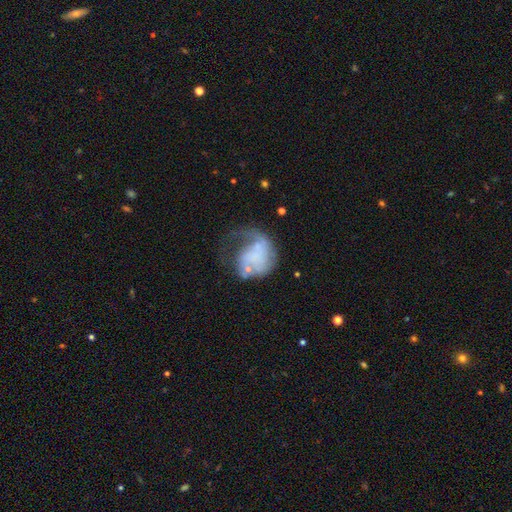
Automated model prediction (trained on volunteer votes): Smooth or featured? Predicted: featured or disk (p=0.58). Edge-on disk? Predicted: no (p=0.98). Bar? Predicted: no (p=0.82). Spiral arms? Predicted: yes (p=0.58). Bulge size? Predicted: none (p=0.62). Merging? Predicted: major disturbance (p=0.54).